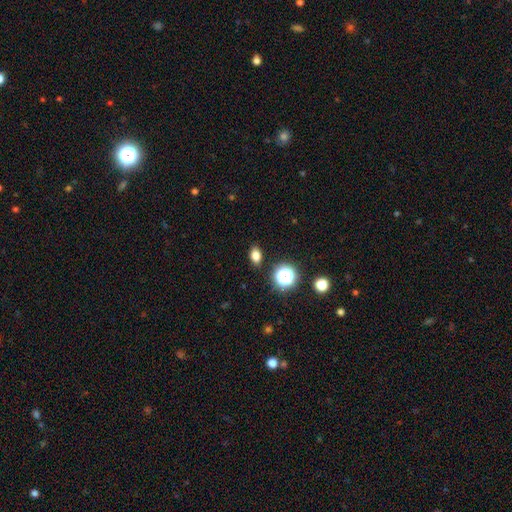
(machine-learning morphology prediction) smooth 78%, star or artifact 16%, featured or disk 6%. Down the decision tree: how rounded — in between (75%); merging — none (88%).